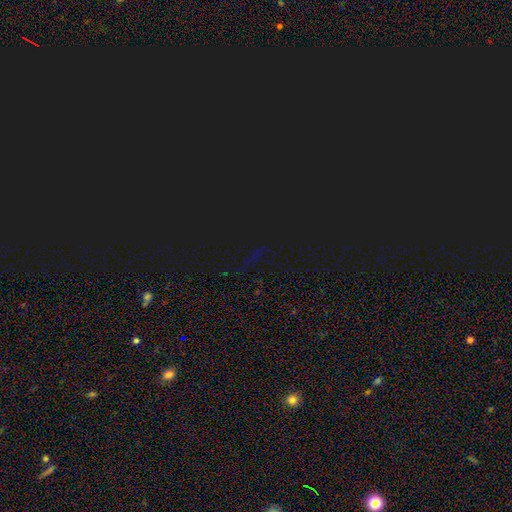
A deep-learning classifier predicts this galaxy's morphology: This appears to be a star or artifact, not a galaxy (81%).